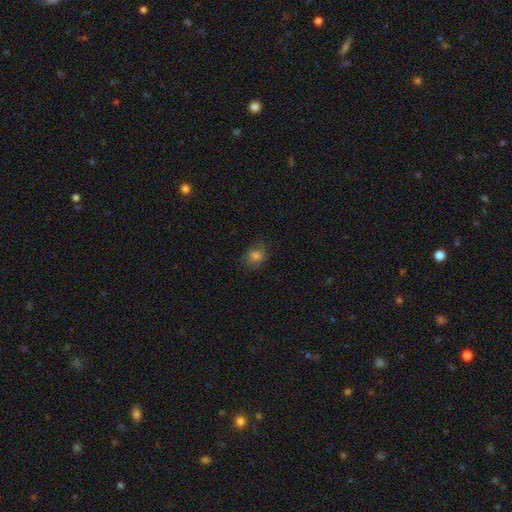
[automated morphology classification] Smooth or featured? Predicted: smooth (p=0.72). How rounded? Predicted: round (p=0.58). Merging? Predicted: none (p=0.73).